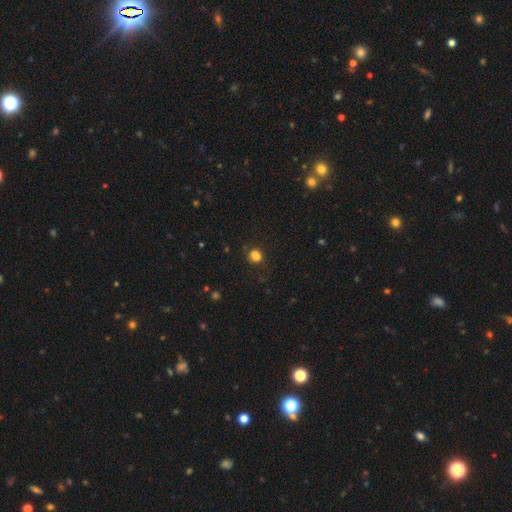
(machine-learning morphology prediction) The model was most divided on "how rounded": round: 57%, in between: 42%, cigar-shaped: 1%. More confident: smooth or featured — smooth (77%); merging — none (66%).